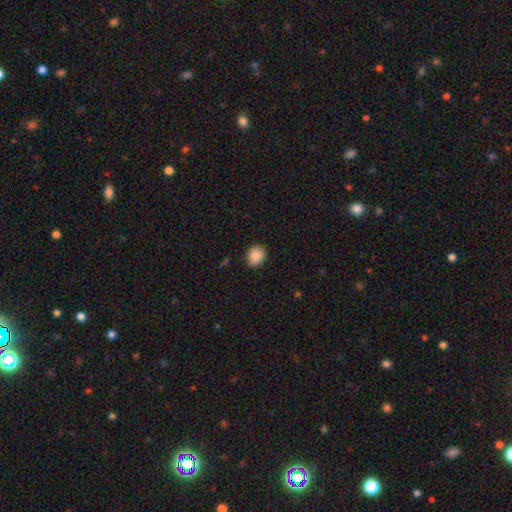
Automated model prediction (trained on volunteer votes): This appears to be a smooth galaxy with no disk features (89%) that is round (51%). Merging: none (85%).